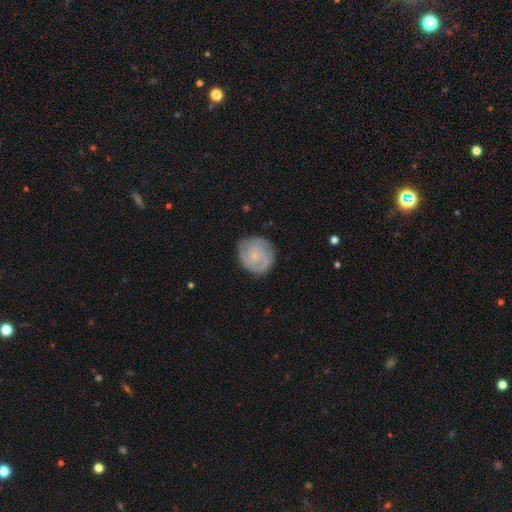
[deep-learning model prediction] Smooth or featured? featured or disk (66%)
Edge-on disk? no (98%)
Bar? no (71%)
Spiral arms? yes (92%)
Spiral winding? tight (59%)
Spiral arm count? 2 (31%)
Bulge size? small (67%)
Merging? none (81%)